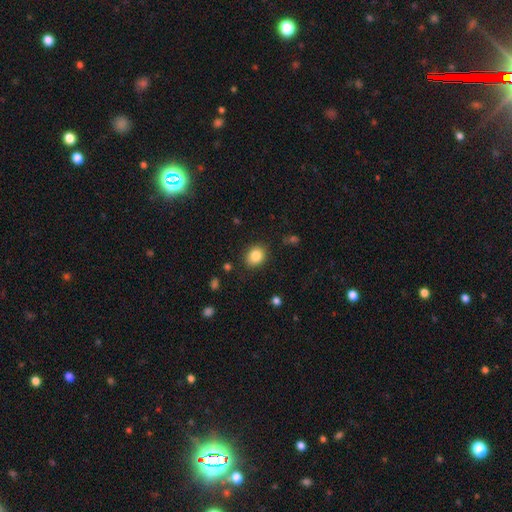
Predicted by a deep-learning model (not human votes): Smooth or featured? Predicted: smooth (p=0.85). How rounded? Predicted: round (p=0.53). Merging? Predicted: none (p=0.85).